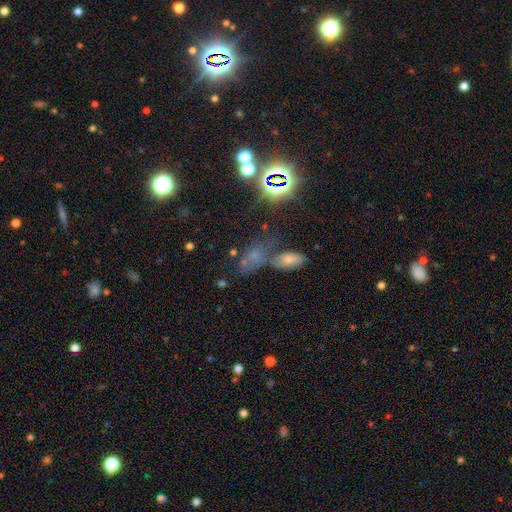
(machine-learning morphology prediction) type=star or artifact (43%).